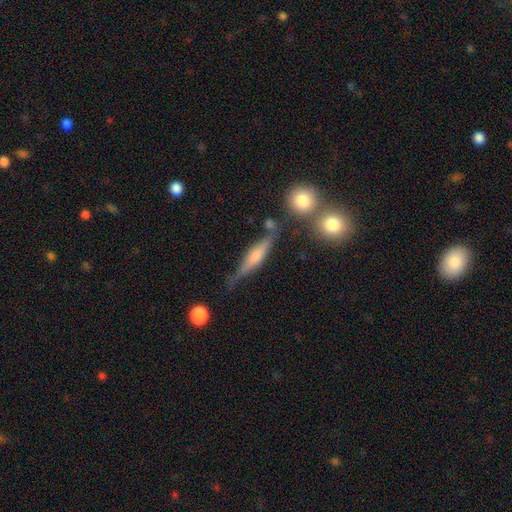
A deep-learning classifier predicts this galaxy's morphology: Smooth or featured?
  - featured or disk: 65% *
  - smooth: 23%
  - star or artifact: 11%
Edge-on disk?
  - yes: 92% *
  - no: 8%
Edge-on bulge?
  - rounded: 76% *
  - boxy: 15%
  - none: 10%
Merging?
  - none: 71% *
  - minor disturbance: 16%
  - merger: 8%
  - major disturbance: 5%